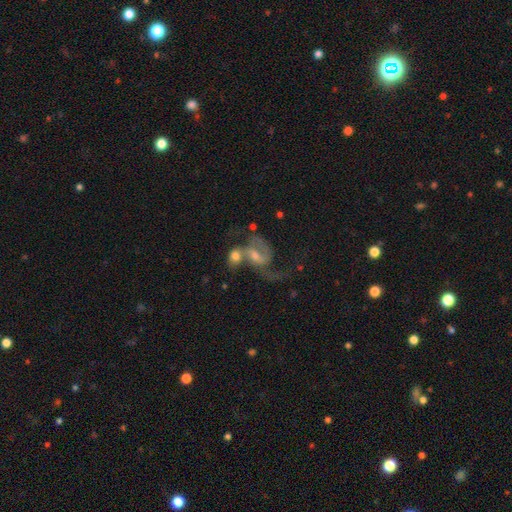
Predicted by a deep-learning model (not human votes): The model was most divided on "bar": weak: 44%, no: 42%, strong: 14%. Remaining: edge-on disk — no (97%); spiral arms — yes (89%); smooth or featured — featured or disk (73%); spiral arm count — 2 (71%); merging — merger (56%); spiral winding — loose (54%); bulge size — moderate (46%).